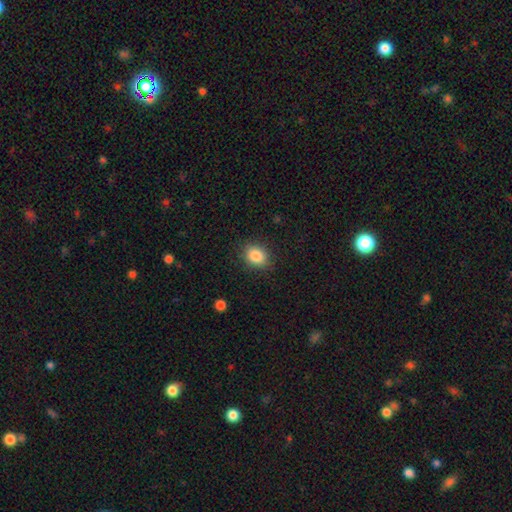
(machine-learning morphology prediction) Smooth or featured?
  - smooth: 85% *
  - star or artifact: 9%
  - featured or disk: 6%
How rounded?
  - in between: 53% *
  - round: 46%
  - cigar-shaped: 1%
Merging?
  - none: 86% *
  - minor disturbance: 10%
  - major disturbance: 3%
  - merger: 1%